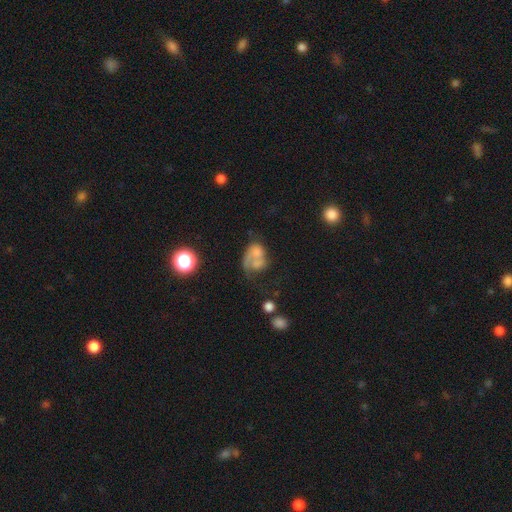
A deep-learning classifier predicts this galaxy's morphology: This appears to be a smooth galaxy with no disk features (48%). Merging: merger (48%).